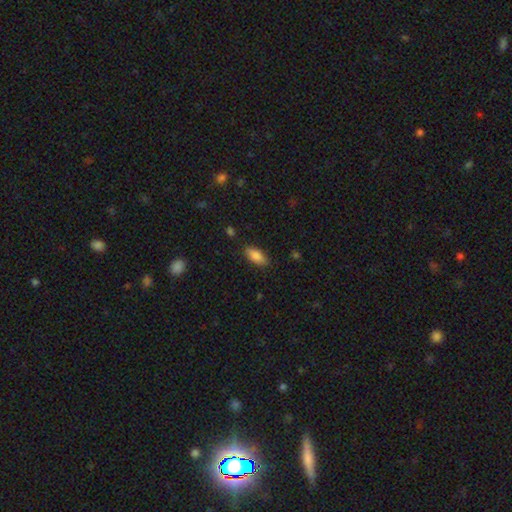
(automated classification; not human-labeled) smooth 87%, star or artifact 7%, featured or disk 6%. Down the decision tree: how rounded — in between (86%); merging — none (83%).